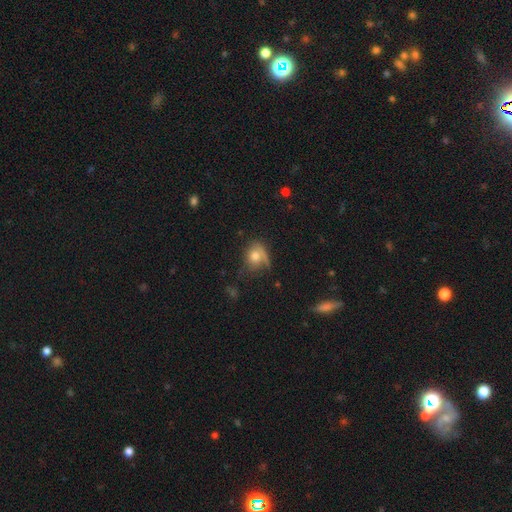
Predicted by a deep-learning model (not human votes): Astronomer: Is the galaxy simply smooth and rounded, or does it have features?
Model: smooth — 70%.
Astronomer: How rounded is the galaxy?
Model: round — 57% (runner-up: in between, 42%).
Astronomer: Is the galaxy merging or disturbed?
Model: none — 47% (runner-up: minor disturbance, 27%).